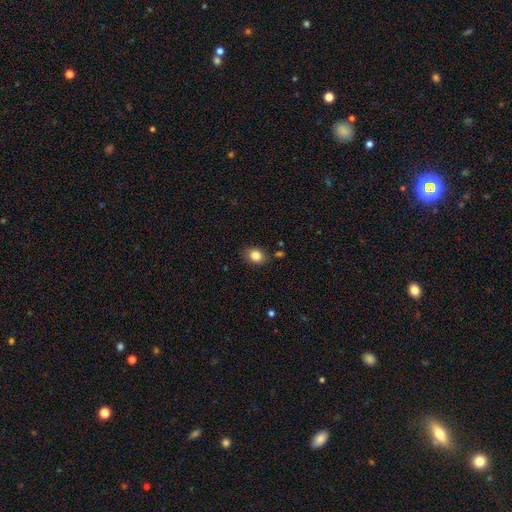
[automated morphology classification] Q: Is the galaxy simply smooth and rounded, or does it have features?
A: smooth — 84%.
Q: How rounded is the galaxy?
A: in between — 52%.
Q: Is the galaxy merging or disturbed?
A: none — 83%.